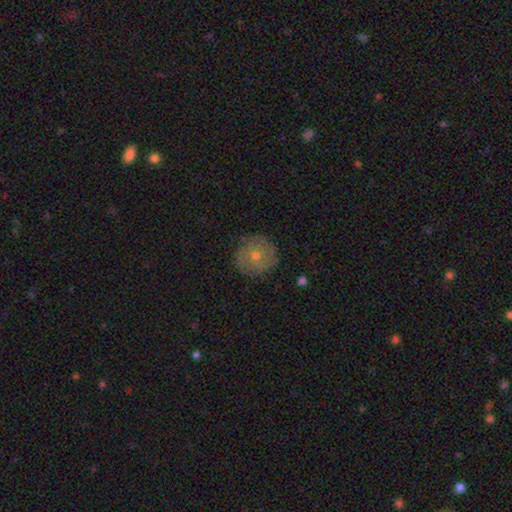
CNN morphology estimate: Smooth or featured: smooth — 48% (featured or disk — 41%)
Merging: none — 83% (minor disturbance — 12%)